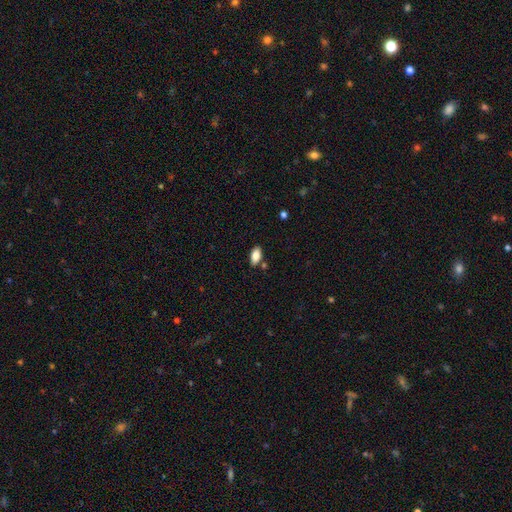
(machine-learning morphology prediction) A smooth galaxy with no disk features (84%) that is in between round and cigar-shaped (92%).

Vote fractions:
- Smooth or featured? smooth: 84% / featured or disk: 8% / star or artifact: 7%
- How rounded? in between: 92% / cigar-shaped: 5% / round: 3%
- Merging? none: 81% / minor disturbance: 12% / merger: 5% / major disturbance: 2%